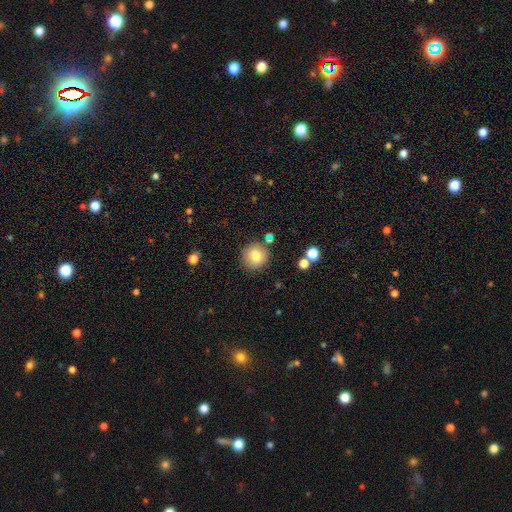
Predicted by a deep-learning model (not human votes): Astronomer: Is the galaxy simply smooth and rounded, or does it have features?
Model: smooth — 79%.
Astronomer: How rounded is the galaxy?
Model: round — 89%.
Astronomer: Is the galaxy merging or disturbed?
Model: none — 82%.